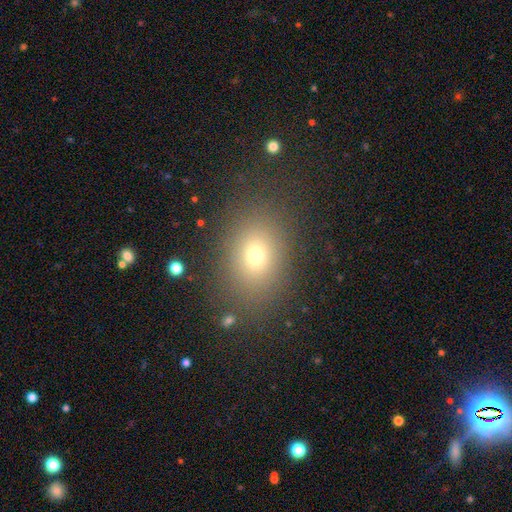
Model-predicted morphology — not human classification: The model was most divided on "how rounded": in between: 65%, round: 33%, cigar-shaped: 1%. More confident: merging — none (84%); smooth or featured — smooth (69%).